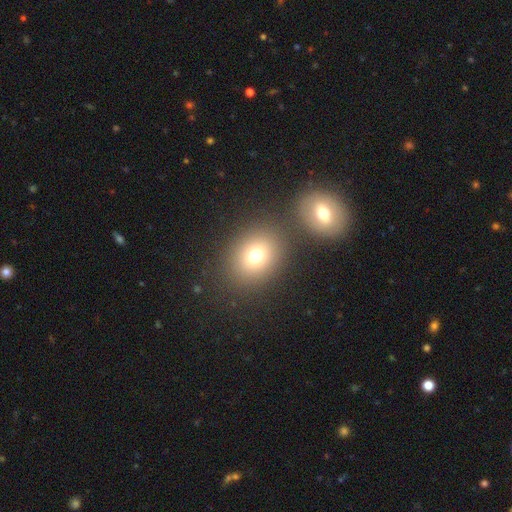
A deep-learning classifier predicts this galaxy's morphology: type=smooth (74%); roundness=round (61%); merging=none (73%).